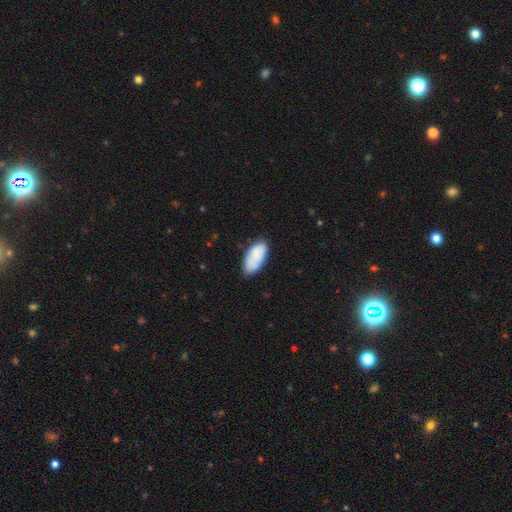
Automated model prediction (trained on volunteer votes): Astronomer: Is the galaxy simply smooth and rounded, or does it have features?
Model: smooth — 74%.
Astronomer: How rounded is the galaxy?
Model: in between — 93%.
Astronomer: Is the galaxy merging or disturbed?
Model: none — 65%.